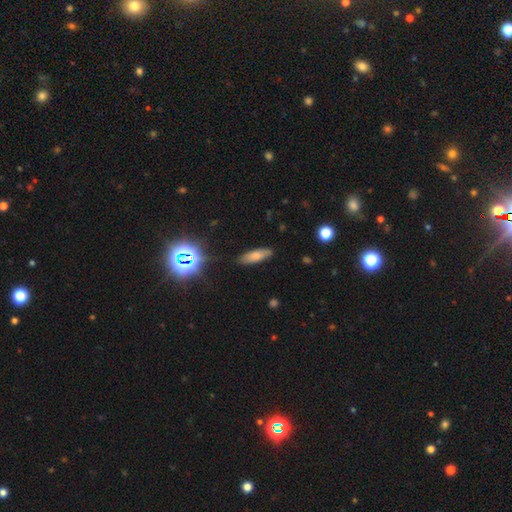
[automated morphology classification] Smooth or featured: smooth — 69% (featured or disk — 17%)
How rounded: in between — 54% (cigar-shaped — 43%)
Merging: none — 85% (minor disturbance — 11%)